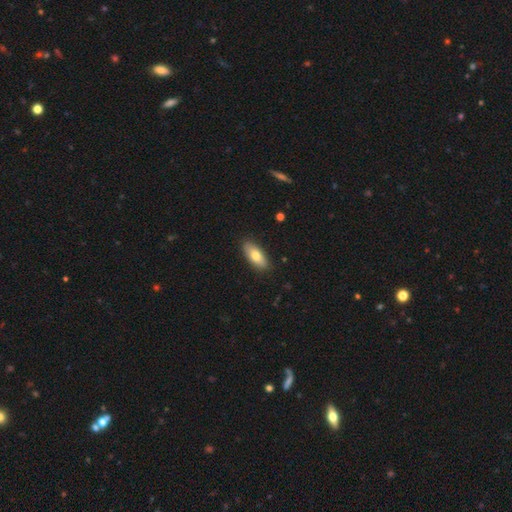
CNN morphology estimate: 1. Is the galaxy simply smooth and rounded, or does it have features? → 75% smooth, 19% featured or disk, 6% star or artifact.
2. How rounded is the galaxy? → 83% in between, 15% cigar-shaped, 3% round.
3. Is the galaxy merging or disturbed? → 87% none, 10% minor disturbance, 2% major disturbance, 1% merger.